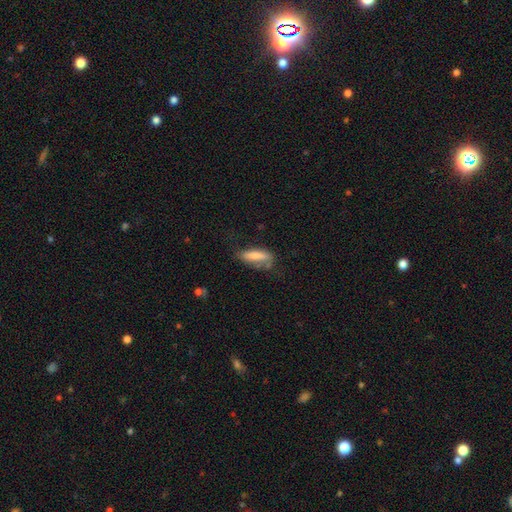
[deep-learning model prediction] Q: Smooth or featured?
A: smooth (72%); runner-up: featured or disk (21%)
Q: How rounded?
A: cigar-shaped (53%); runner-up: in between (45%)
Q: Merging?
A: none (51%); runner-up: minor disturbance (28%)